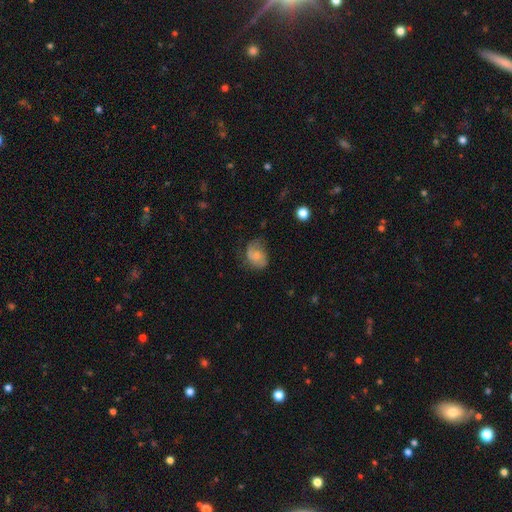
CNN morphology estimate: smooth 52%, featured or disk 38%, star or artifact 9%. Down the decision tree: how rounded — in between (59%); merging — none (52%).